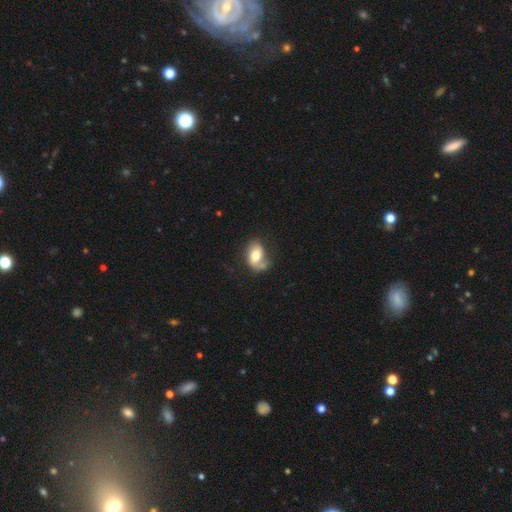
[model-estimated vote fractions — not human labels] Smooth or featured? Predicted: smooth (p=0.53). How rounded? Predicted: in between (p=0.85). Merging? Predicted: none (p=0.44).